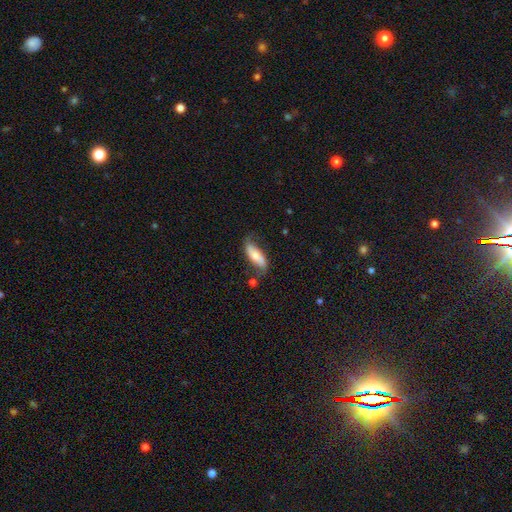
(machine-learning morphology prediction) The model was most divided on "smooth or featured": smooth: 53%, featured or disk: 40%, star or artifact: 7%. More confident: how rounded — in between (64%); merging — none (58%).